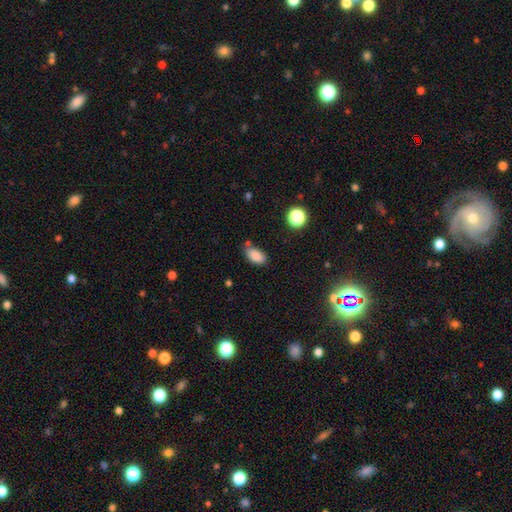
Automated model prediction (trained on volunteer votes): This is clearly a smooth galaxy (86%). How rounded: clearly in between (92%). Merging: likely none (68%).